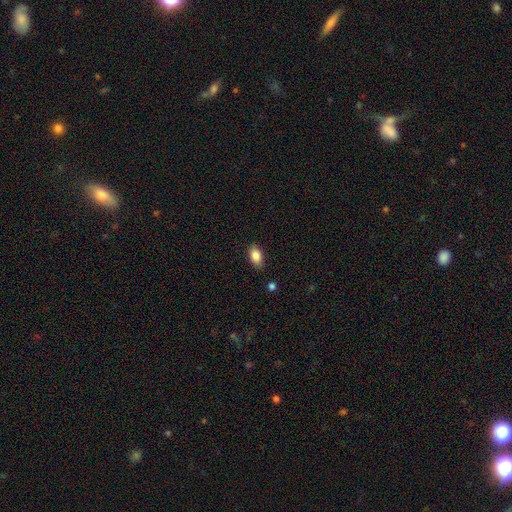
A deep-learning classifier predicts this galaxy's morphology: A smooth galaxy with no disk features (86%) that is in between round and cigar-shaped (90%).

Vote fractions:
- Smooth or featured? smooth: 86% / star or artifact: 8% / featured or disk: 6%
- How rounded? in between: 90% / round: 7% / cigar-shaped: 3%
- Merging? none: 86% / minor disturbance: 10% / major disturbance: 2% / merger: 1%